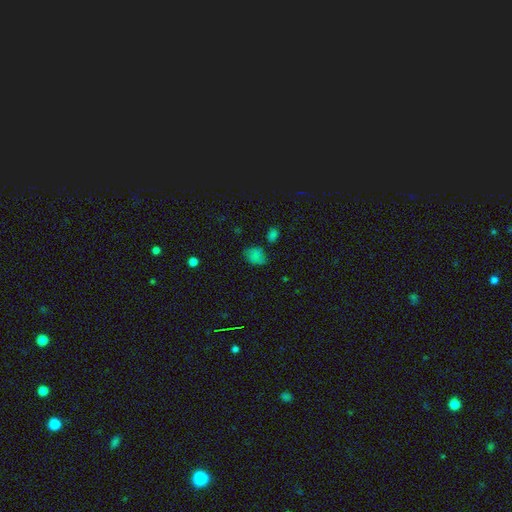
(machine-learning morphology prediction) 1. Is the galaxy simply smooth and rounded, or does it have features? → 72% smooth, 20% star or artifact, 8% featured or disk.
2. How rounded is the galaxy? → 72% in between, 27% round, 1% cigar-shaped.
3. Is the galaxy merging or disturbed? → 60% none, 26% minor disturbance, 8% major disturbance, 7% merger.